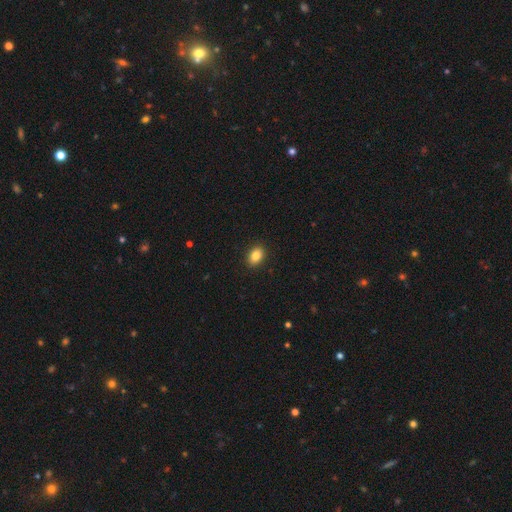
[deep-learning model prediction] Smooth or featured? smooth (85%)
How rounded? in between (73%)
Merging? none (91%)